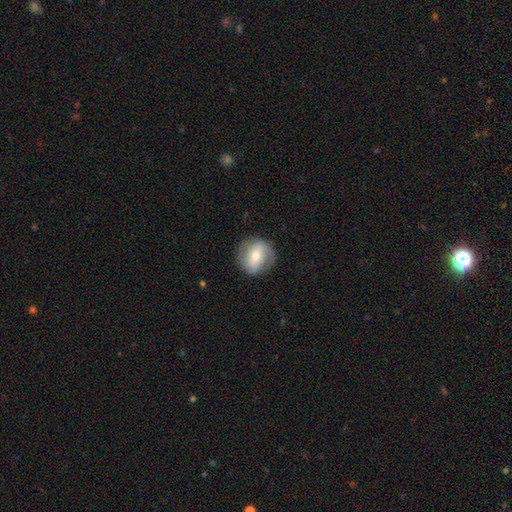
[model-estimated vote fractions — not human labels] A featured or disk galaxy (49%).

Vote fractions:
- Smooth or featured? featured or disk: 49% / smooth: 44% / star or artifact: 7%
- Merging? none: 79% / minor disturbance: 14% / major disturbance: 5% / merger: 1%